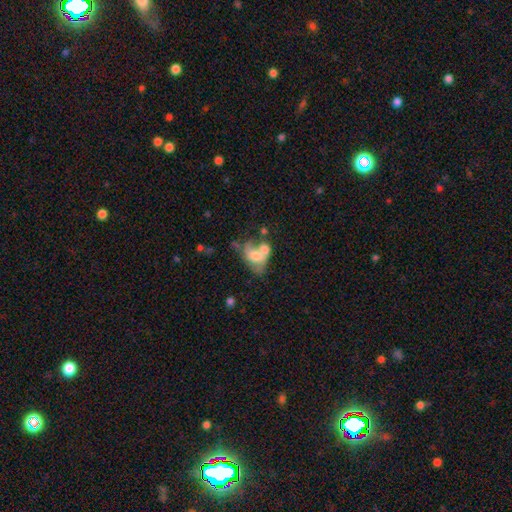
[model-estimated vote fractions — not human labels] smooth 53%, featured or disk 38%, star or artifact 9%. Down the decision tree: how rounded — in between (75%); merging — merger (57%).